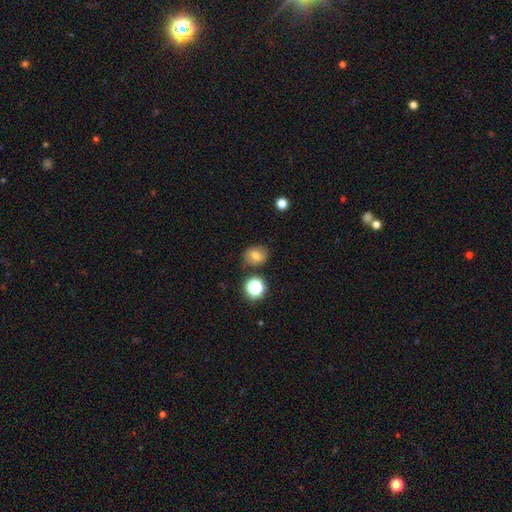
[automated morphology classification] Smooth or featured: smooth — 66% (star or artifact — 18%)
How rounded: round — 59% (in between — 40%)
Merging: none — 77% (minor disturbance — 14%)